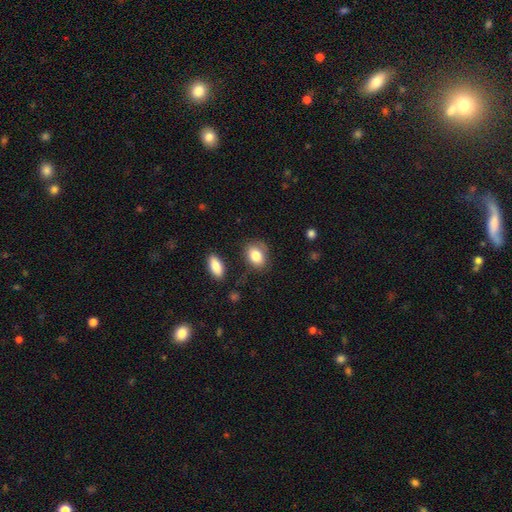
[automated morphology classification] A smooth galaxy with no disk features (82%) that is in between round and cigar-shaped (71%). Merging: none (70%).